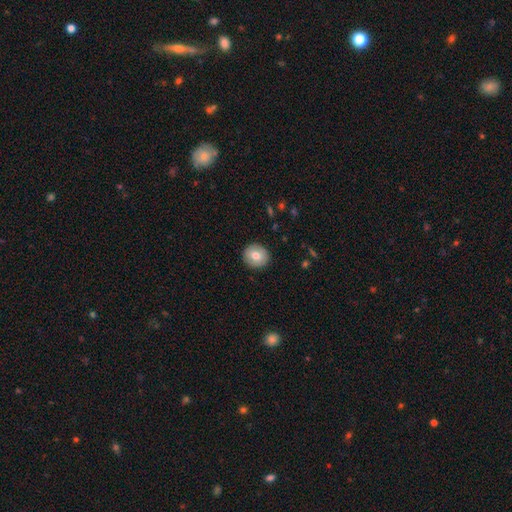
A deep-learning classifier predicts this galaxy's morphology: Overall: smooth (75%). How rounded: round (90%). Merging: none (91%).